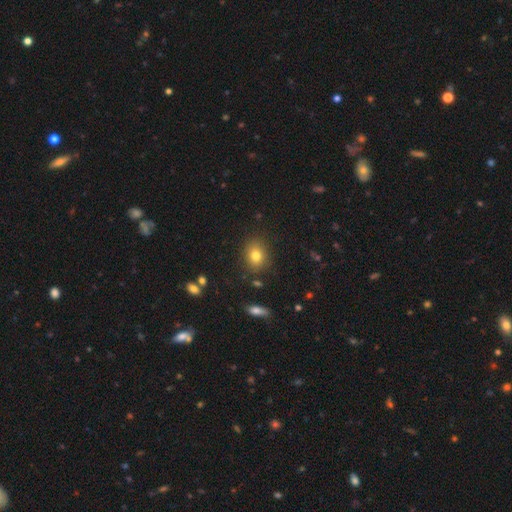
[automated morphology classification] type=smooth (79%); roundness=in between (49%, tied with round); merging=none (84%).